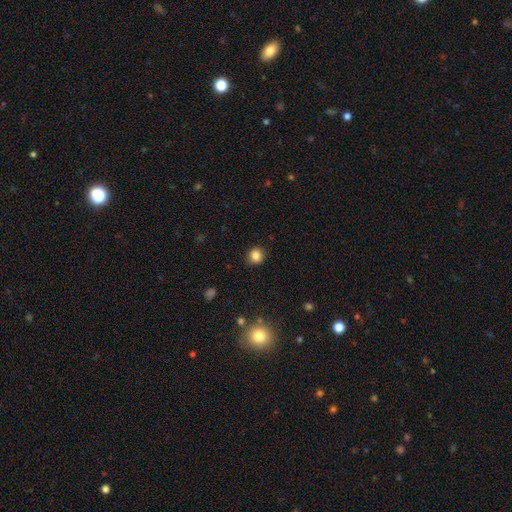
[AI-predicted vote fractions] Smooth or featured?
  - smooth: 84% *
  - star or artifact: 11%
  - featured or disk: 5%
How rounded?
  - round: 87% *
  - in between: 12%
  - cigar-shaped: 1%
Merging?
  - none: 90% *
  - minor disturbance: 7%
  - major disturbance: 2%
  - merger: 1%